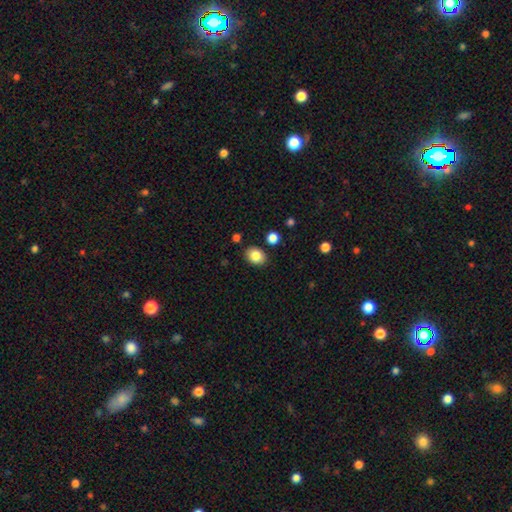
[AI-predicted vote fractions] Smooth or featured? smooth (85%)
How rounded? in between (57%)
Merging? none (85%)